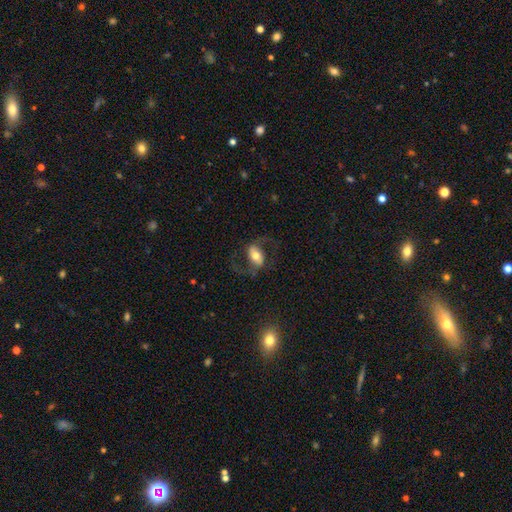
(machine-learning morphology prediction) A featured or disk galaxy (69%) with a strong bar (42%), 2 (92%) loose (52%) spiral arms (88%) and a moderate central bulge (64%).

Vote fractions:
- Smooth or featured? featured or disk: 69% / smooth: 23% / star or artifact: 7%
- Edge-on disk? no: 94% / yes: 6%
- Bar? strong: 42% / weak: 33% / no: 25%
- Spiral arms? yes: 88% / no: 12%
- Spiral winding? loose: 52% / medium: 40% / tight: 8%
- Spiral arm count? 2: 92% / can't tell: 3% / 1: 2% / 3: 1% / 4: 1% / more than 4: 1%
- Bulge size? moderate: 64% / large: 17% / small: 15% / dominant: 3% / none: 1%
- Merging? none: 70% / major disturbance: 15% / minor disturbance: 14% / merger: 2%